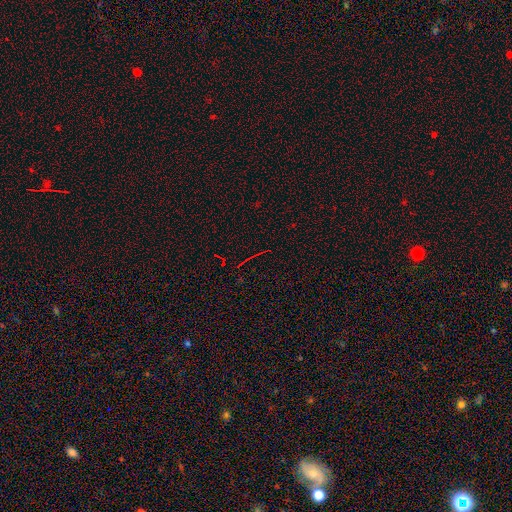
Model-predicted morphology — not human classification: Overall: star or artifact (76%).